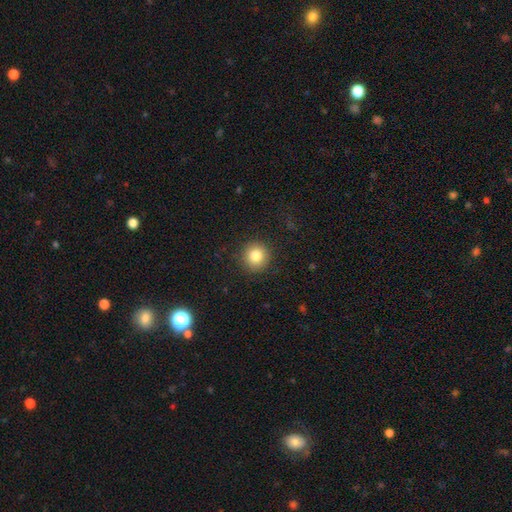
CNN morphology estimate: Smooth or featured: smooth — 83% (star or artifact — 10%)
How rounded: round — 92% (in between — 7%)
Merging: none — 90% (minor disturbance — 7%)